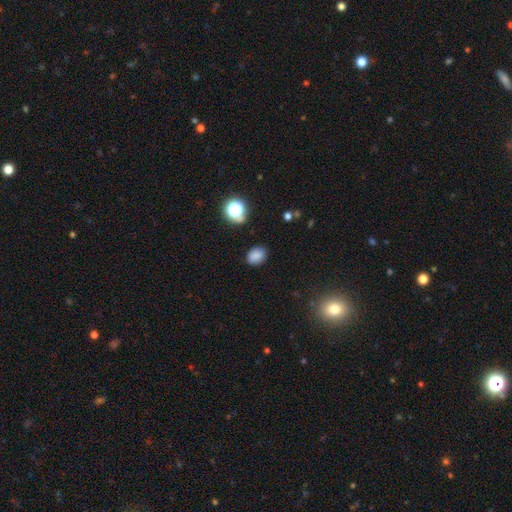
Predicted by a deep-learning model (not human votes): Overall: smooth (82%). How rounded: in between (69%; round 30%). Merging: none (82%).